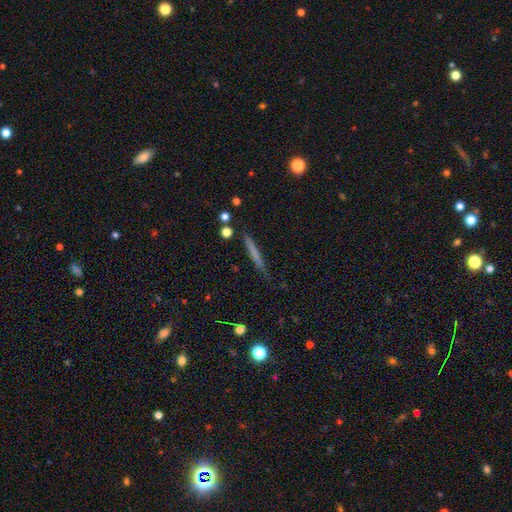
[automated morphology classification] This appears to be a smooth galaxy with no disk features (60%) that is cigar-shaped (95%). Merging: none (85%).